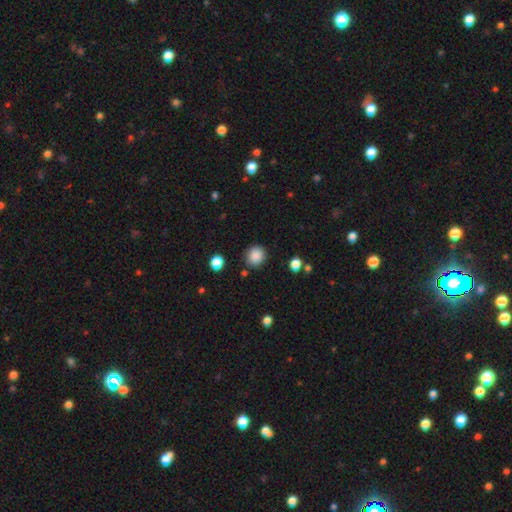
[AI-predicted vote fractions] Morphology: type=smooth (87%); roundness=round (86%); merging=none (85%).